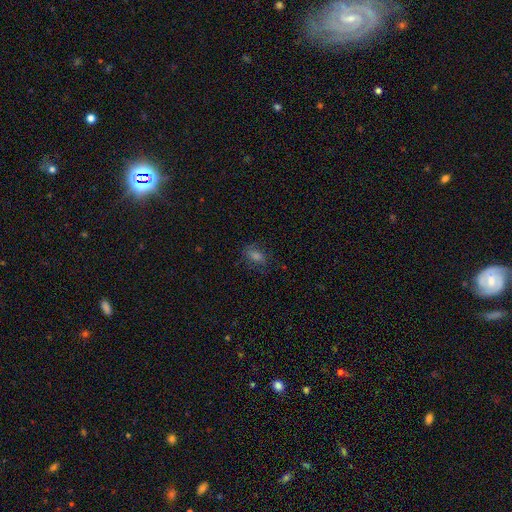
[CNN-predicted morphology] Smooth or featured? Predicted: smooth (p=0.58). How rounded? Predicted: in between (p=0.76). Merging? Predicted: none (p=0.78).